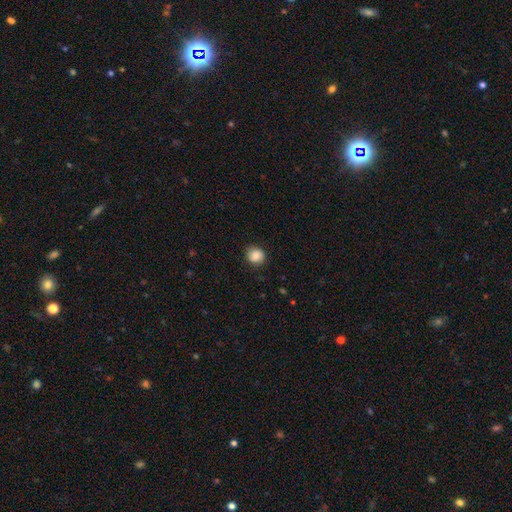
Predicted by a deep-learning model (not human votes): Smooth or featured: smooth — 85% (star or artifact — 9%)
How rounded: round — 84% (in between — 15%)
Merging: none — 86% (minor disturbance — 11%)